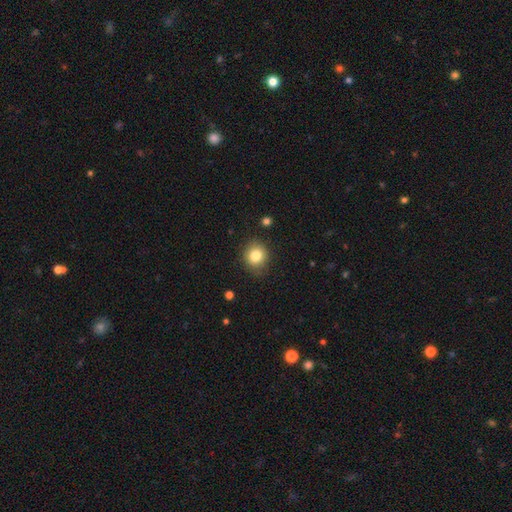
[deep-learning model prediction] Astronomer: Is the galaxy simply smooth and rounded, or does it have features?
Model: smooth — 82%.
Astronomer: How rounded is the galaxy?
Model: round — 76%.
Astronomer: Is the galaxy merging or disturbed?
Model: none — 84%.